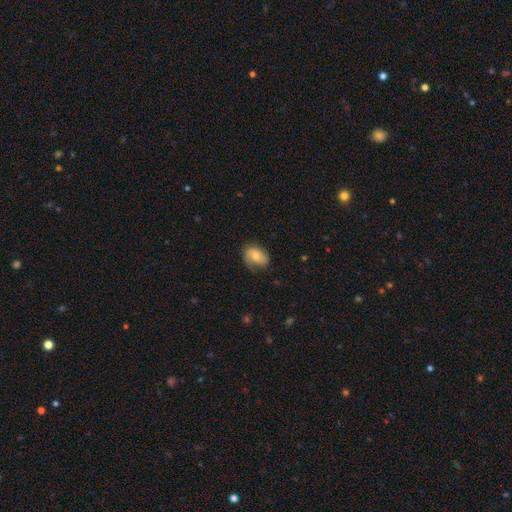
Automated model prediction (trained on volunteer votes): smooth_or_featured: smooth (p=0.48) [alt: featured or disk p=0.45]
merging: none (p=0.62) [alt: minor disturbance p=0.26]